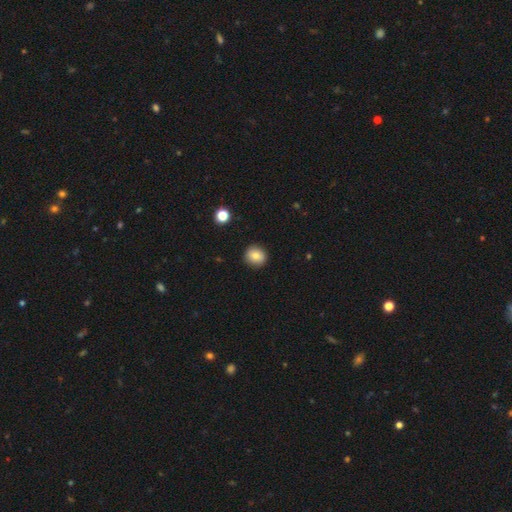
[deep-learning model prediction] Smooth or featured? Predicted: smooth (p=0.81). How rounded? Predicted: round (p=0.87). Merging? Predicted: none (p=0.91).